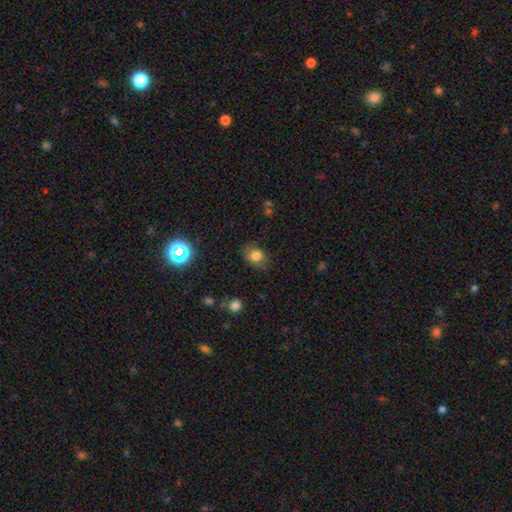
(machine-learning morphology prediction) Smooth or featured? Predicted: smooth (p=0.78). How rounded? Predicted: in between (p=0.57). Merging? Predicted: none (p=0.76).